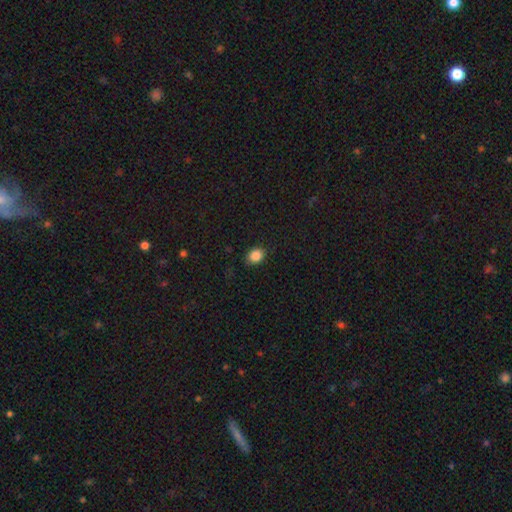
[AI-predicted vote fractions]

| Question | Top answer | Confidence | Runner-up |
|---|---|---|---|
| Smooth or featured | smooth | 86% | star or artifact (10%) |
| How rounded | in between | 52% | round (47%) |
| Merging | none | 86% | minor disturbance (10%) |